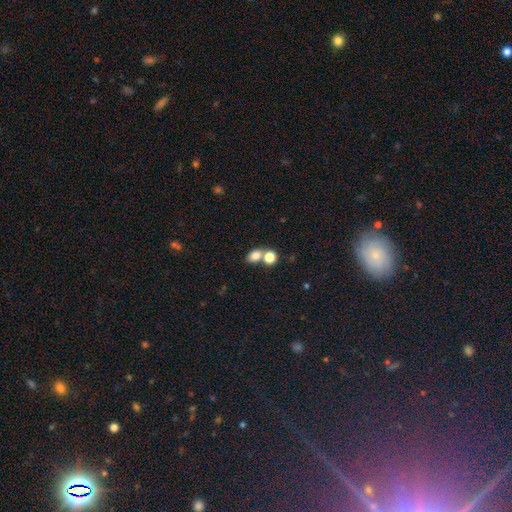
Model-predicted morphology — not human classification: Overall: smooth (79%). How rounded: in between (67%; round 31%). Merging: merger (45%; none 43%).